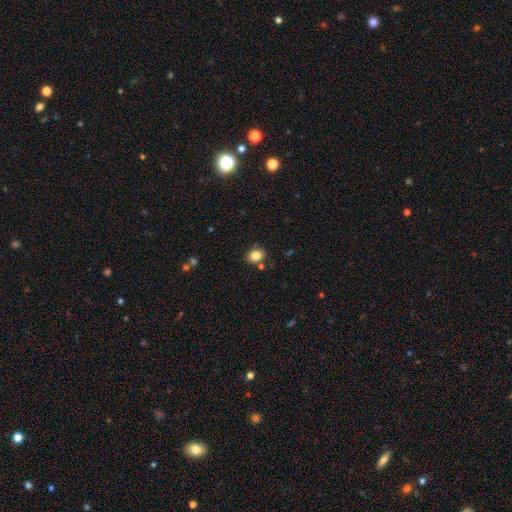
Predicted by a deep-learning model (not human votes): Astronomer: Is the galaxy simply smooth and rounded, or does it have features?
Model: smooth — 84%.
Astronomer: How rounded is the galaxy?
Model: in between — 54% (runner-up: round, 45%).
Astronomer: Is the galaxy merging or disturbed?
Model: none — 79%.